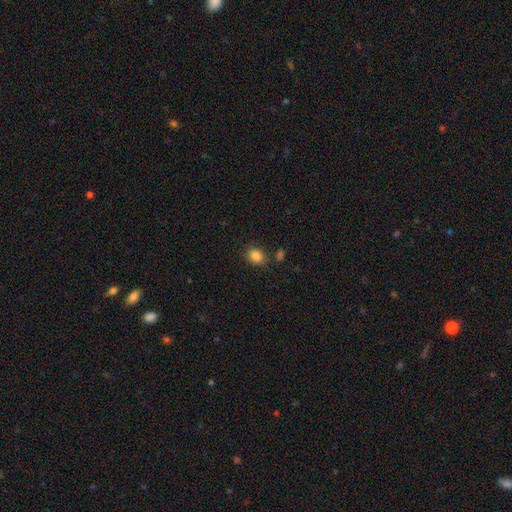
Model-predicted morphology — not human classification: This appears to be a smooth galaxy with no disk features (86%) that is in between round and cigar-shaped (52%). Merging: none (80%).